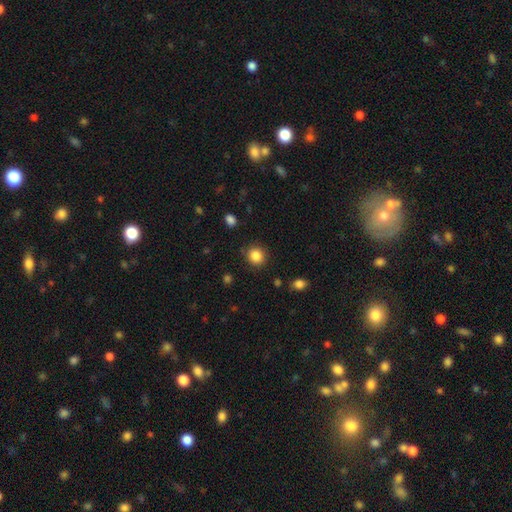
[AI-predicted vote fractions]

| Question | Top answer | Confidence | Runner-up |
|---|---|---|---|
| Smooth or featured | smooth | 86% | star or artifact (10%) |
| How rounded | round | 84% | in between (15%) |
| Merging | none | 86% | minor disturbance (9%) |